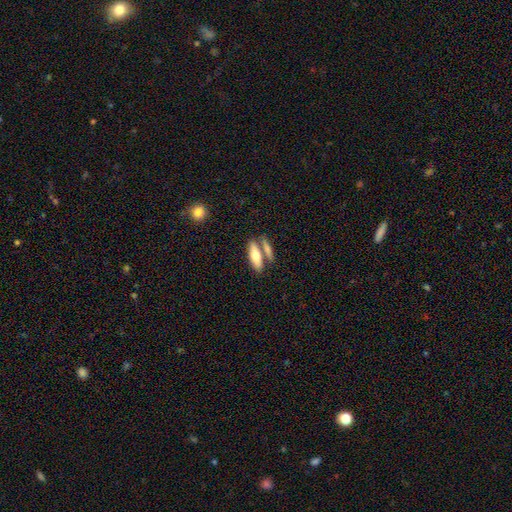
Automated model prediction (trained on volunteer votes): This appears to be a smooth galaxy with no disk features (70%) that is in between round and cigar-shaped (58%). Merging: none (56%).